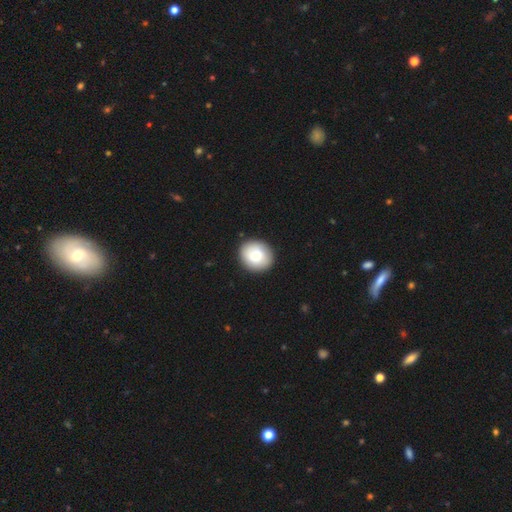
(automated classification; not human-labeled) smooth 80%, featured or disk 13%, star or artifact 7%. Down the decision tree: how rounded — round (78%); merging — none (91%).